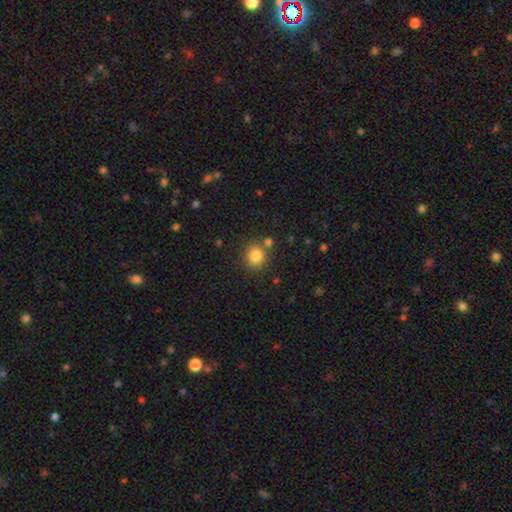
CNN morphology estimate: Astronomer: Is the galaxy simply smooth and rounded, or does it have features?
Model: smooth — 84%.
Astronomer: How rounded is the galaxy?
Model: round — 90%.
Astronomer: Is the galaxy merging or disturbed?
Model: none — 79%.